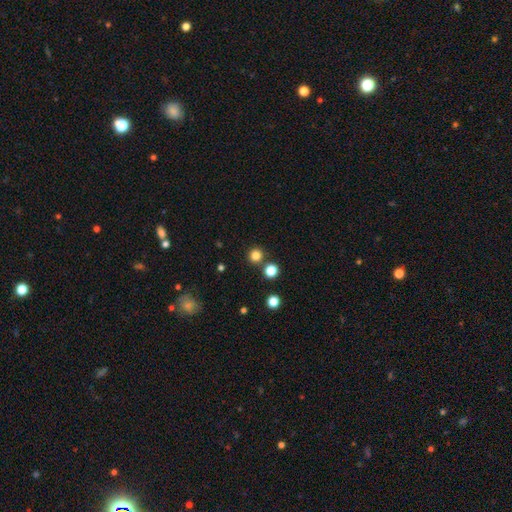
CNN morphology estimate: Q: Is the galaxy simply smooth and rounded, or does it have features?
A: smooth — 81%.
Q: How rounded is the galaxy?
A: round — 94%.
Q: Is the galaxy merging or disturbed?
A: none — 83%.